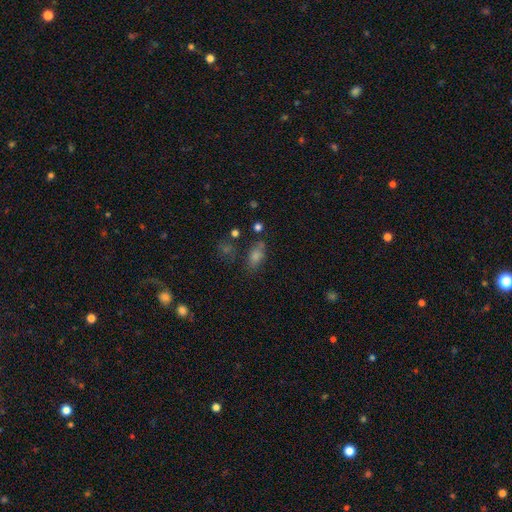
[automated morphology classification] Smooth or featured? Predicted: smooth (p=0.57). How rounded? Predicted: in between (p=0.76). Merging? Predicted: none (p=0.67).